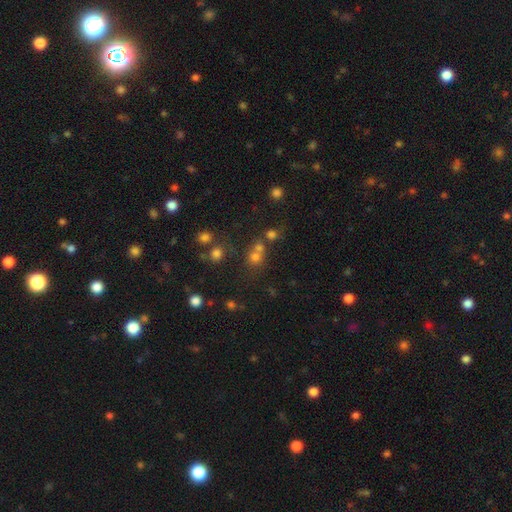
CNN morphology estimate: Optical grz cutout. It shows a smooth galaxy with no disk features (59%) that is round (86%). Merging: none (53%).